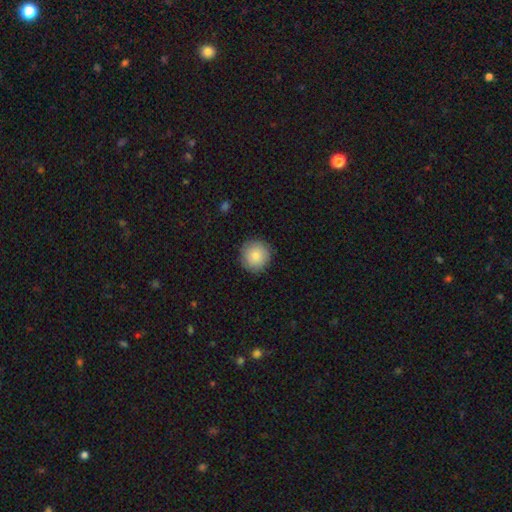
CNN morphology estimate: smooth 84%, featured or disk 9%, star or artifact 7%. Down the decision tree: how rounded — round (94%); merging — none (88%).